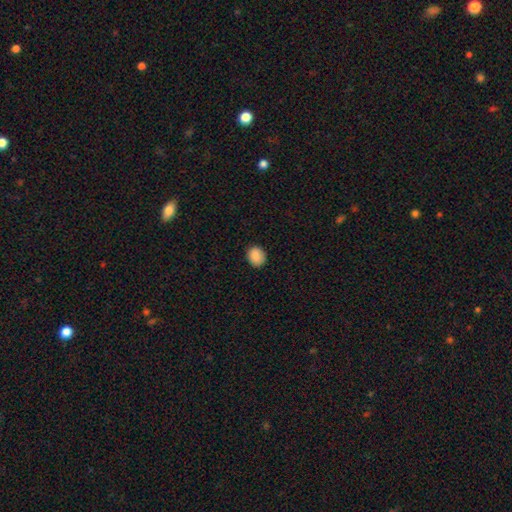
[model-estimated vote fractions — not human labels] The model was most divided on "how rounded": round: 60%, in between: 39%, cigar-shaped: 1%. More confident: merging — none (89%); smooth or featured — smooth (89%).